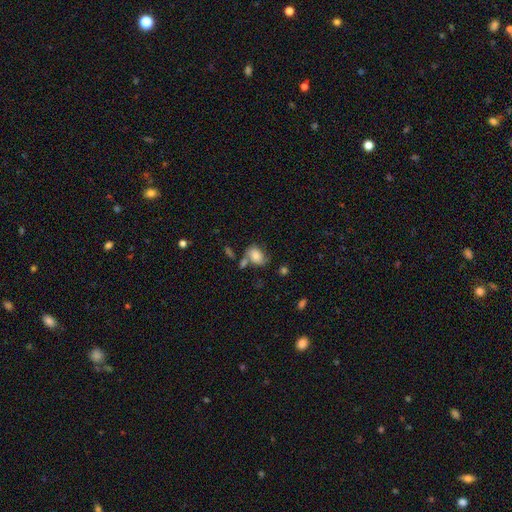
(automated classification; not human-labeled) This is likely a smooth galaxy (67%). How rounded: likely in between (80%). Merging: marginally none (41%).